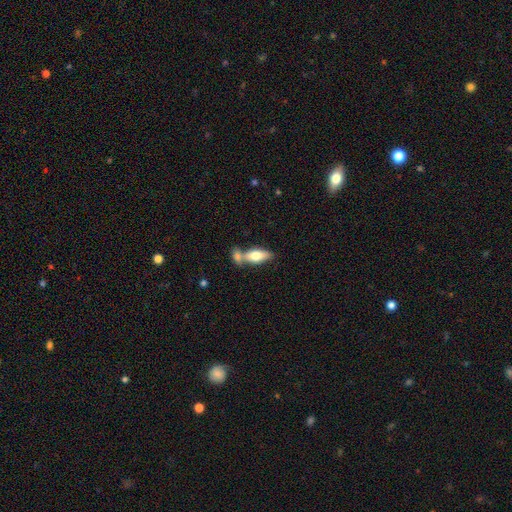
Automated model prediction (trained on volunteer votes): A smooth galaxy with no disk features (68%) that is in between round and cigar-shaped (78%). Merging: merger (47%).